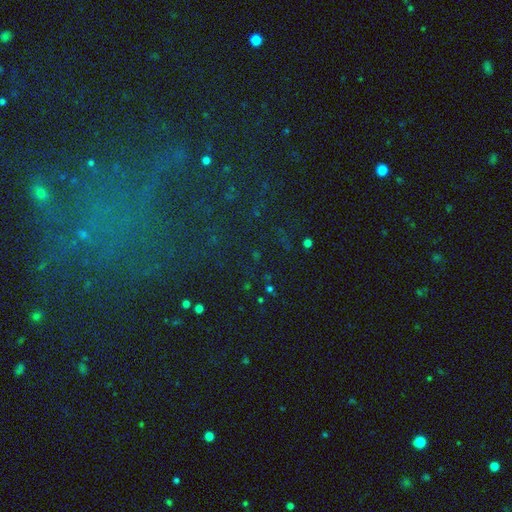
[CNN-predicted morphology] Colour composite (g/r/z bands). It shows a star or artifact, not a galaxy (69%).